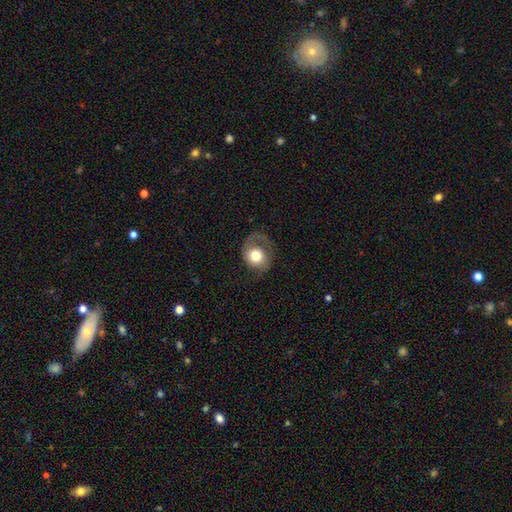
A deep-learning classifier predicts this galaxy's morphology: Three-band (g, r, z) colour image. It shows a featured or disk galaxy (48%). Merging: none (52%).